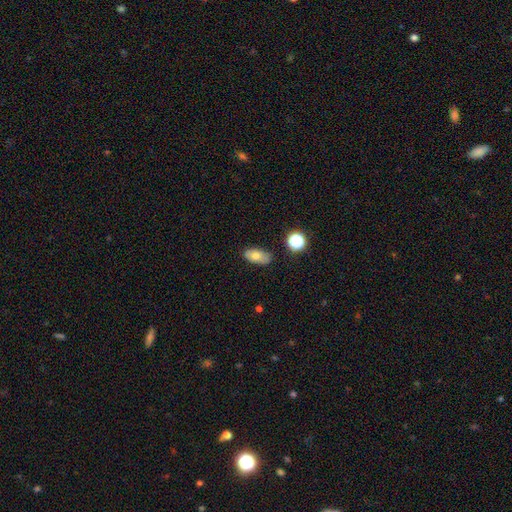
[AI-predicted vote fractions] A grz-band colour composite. It shows a smooth galaxy with no disk features (70%) that is in between round and cigar-shaped (89%). Merging: none (80%).